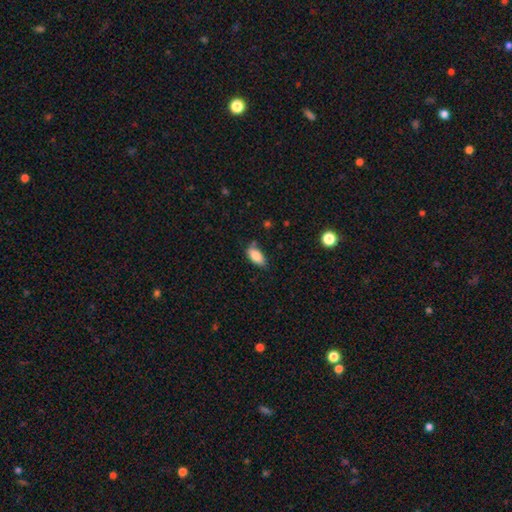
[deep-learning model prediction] Q: Smooth or featured?
A: smooth (86%); runner-up: star or artifact (8%)
Q: How rounded?
A: in between (90%); runner-up: cigar-shaped (7%)
Q: Merging?
A: none (69%); runner-up: minor disturbance (23%)